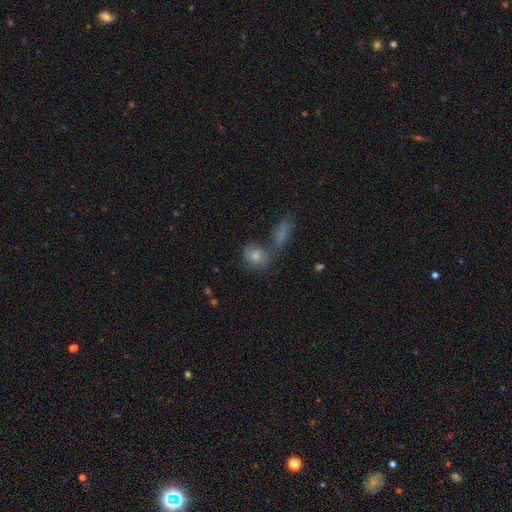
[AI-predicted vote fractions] The model was most divided on "merging": none: 48%, merger: 34%, minor disturbance: 12%, major disturbance: 6%. More confident: smooth or featured — smooth (67%); how rounded — round (56%).